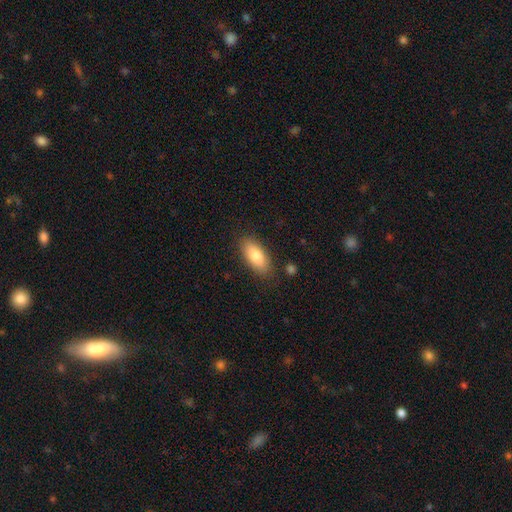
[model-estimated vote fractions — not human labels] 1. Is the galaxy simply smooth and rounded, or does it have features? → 82% smooth, 11% featured or disk, 6% star or artifact.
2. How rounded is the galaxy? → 85% in between, 13% cigar-shaped, 2% round.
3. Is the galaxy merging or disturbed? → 84% none, 11% minor disturbance, 3% major disturbance, 2% merger.